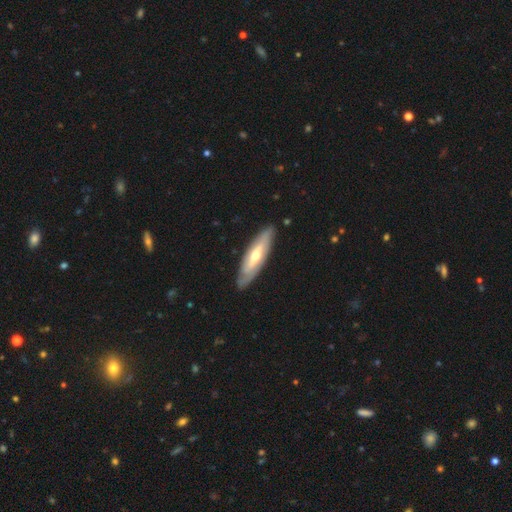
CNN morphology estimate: A featured or disk galaxy (62%).

Vote fractions:
- Smooth or featured? featured or disk: 62% / smooth: 33% / star or artifact: 5%
- Edge-on disk? no: 55% / yes: 45%
- Merging? none: 85% / minor disturbance: 12% / major disturbance: 2% / merger: 1%